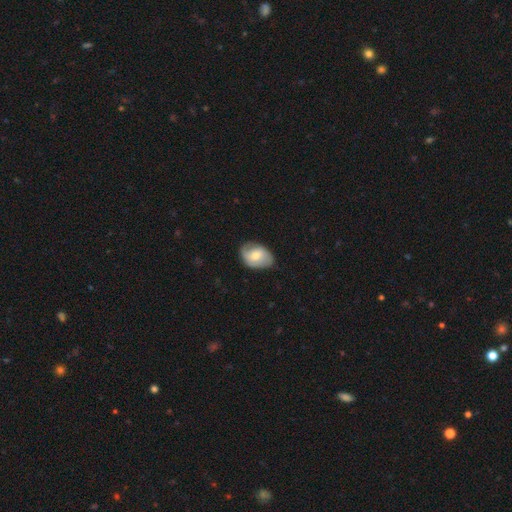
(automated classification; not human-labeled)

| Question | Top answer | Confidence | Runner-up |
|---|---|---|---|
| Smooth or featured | smooth | 50% | featured or disk (43%) |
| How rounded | in between | 78% | round (21%) |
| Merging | none | 70% | minor disturbance (23%) |